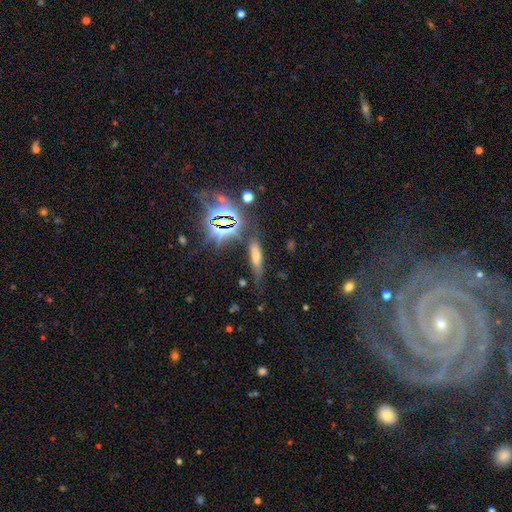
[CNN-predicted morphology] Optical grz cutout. It shows a smooth galaxy with no disk features (55%) that is cigar-shaped (68%). Merging: none (71%).